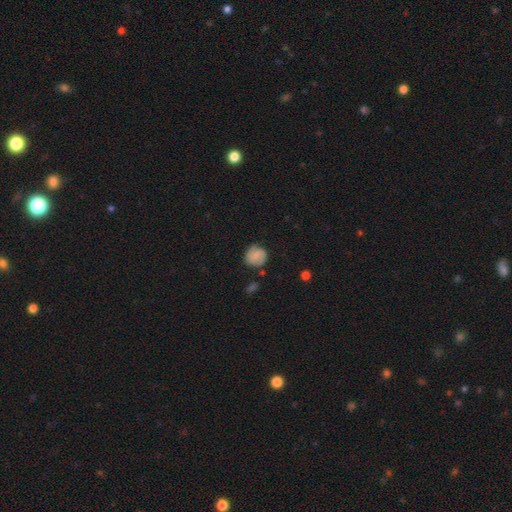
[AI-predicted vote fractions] Morphology: type=smooth (66%); roundness=round (81%); merging=none (66%).